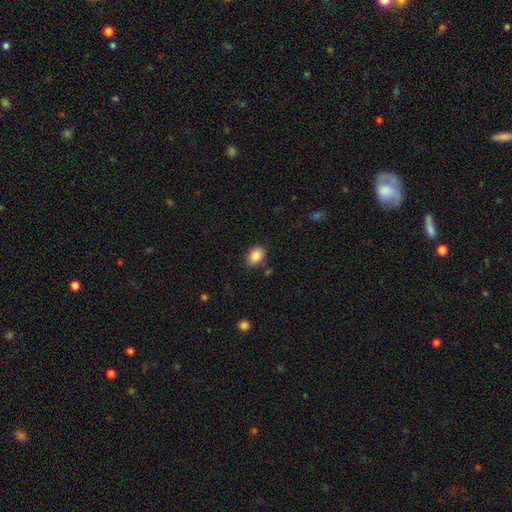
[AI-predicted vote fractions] Smooth or featured? smooth (87%)
How rounded? in between (82%)
Merging? none (84%)